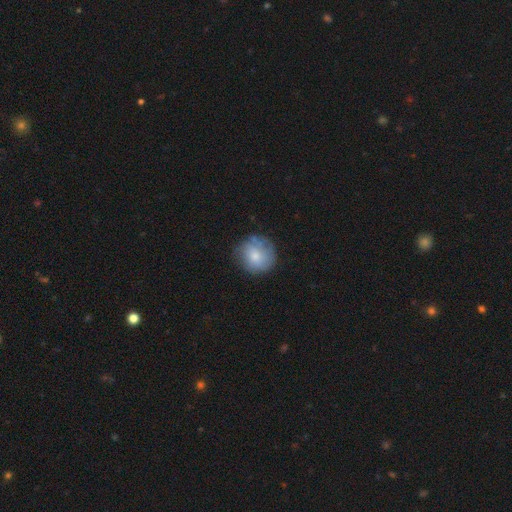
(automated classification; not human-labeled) Overall: smooth (66%). How rounded: round (87%). Merging: none (69%).